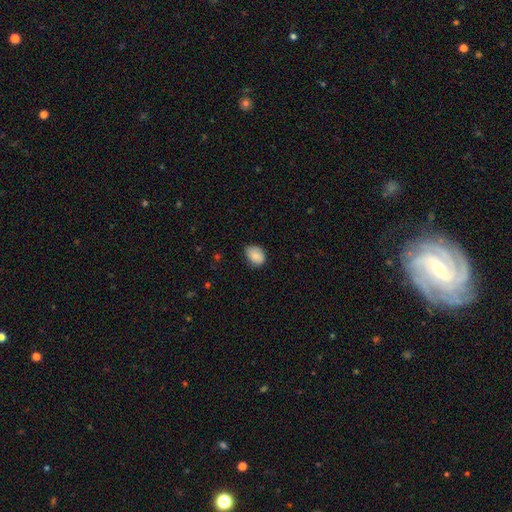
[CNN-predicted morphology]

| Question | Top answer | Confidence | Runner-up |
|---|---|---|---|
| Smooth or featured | smooth | 84% | featured or disk (9%) |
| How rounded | in between | 67% | round (32%) |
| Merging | none | 67% | minor disturbance (27%) |